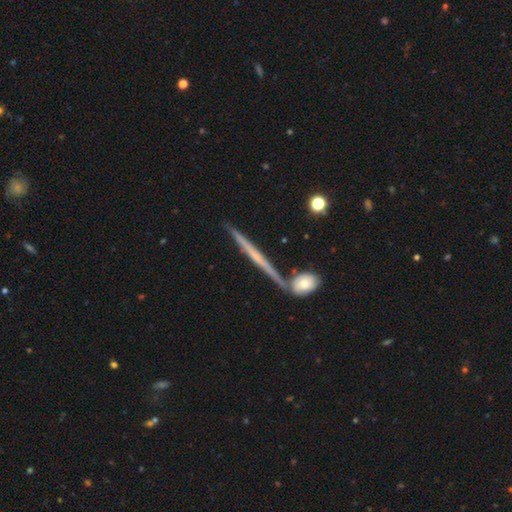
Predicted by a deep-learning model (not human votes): This is likely a featured or disk galaxy (68%). It is clearly viewed edge-on (97%). Edge-on bulge: likely none (68%). Merging: likely none (80%).